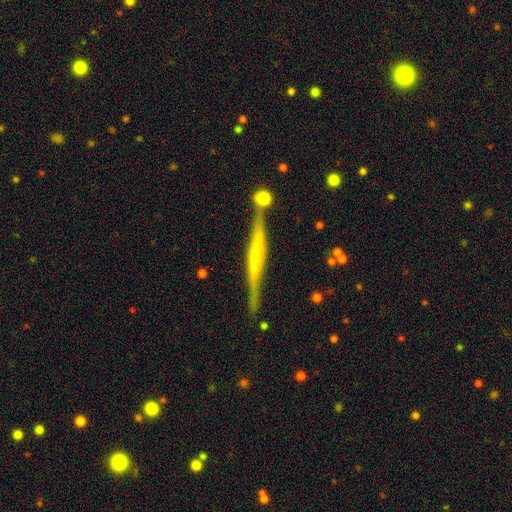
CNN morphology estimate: Q: Smooth or featured?
A: featured or disk (65%); runner-up: smooth (28%)
Q: Edge-on disk?
A: yes (97%); runner-up: no (3%)
Q: Edge-on bulge?
A: none (62%); runner-up: rounded (21%)
Q: Merging?
A: none (81%); runner-up: minor disturbance (11%)